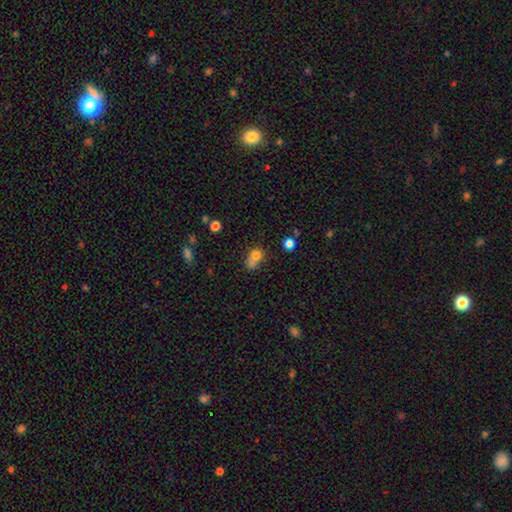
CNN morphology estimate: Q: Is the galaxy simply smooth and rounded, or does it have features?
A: smooth — 74%.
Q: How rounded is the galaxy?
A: round — 69%.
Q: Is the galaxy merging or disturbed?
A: merger — 51%.